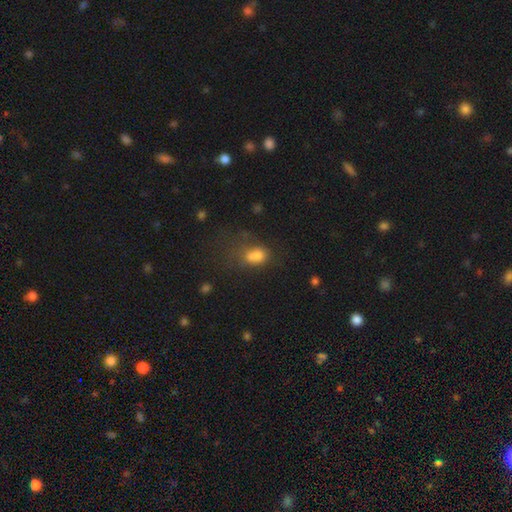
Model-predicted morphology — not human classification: A smooth galaxy with no disk features (68%) that is in between round and cigar-shaped (67%). Merging: merger (32%).